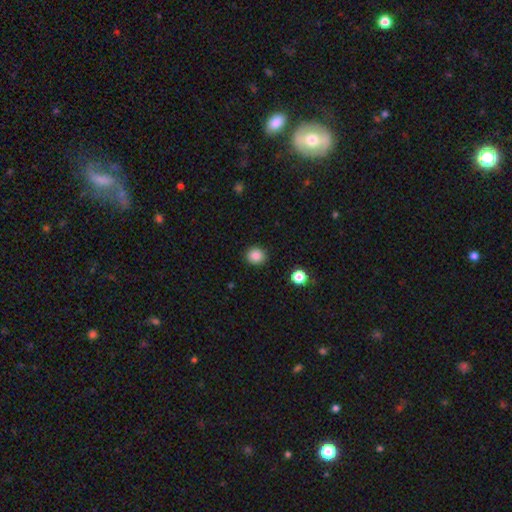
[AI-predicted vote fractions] Smooth or featured? Predicted: smooth (p=0.86). How rounded? Predicted: round (p=0.85). Merging? Predicted: none (p=0.91).